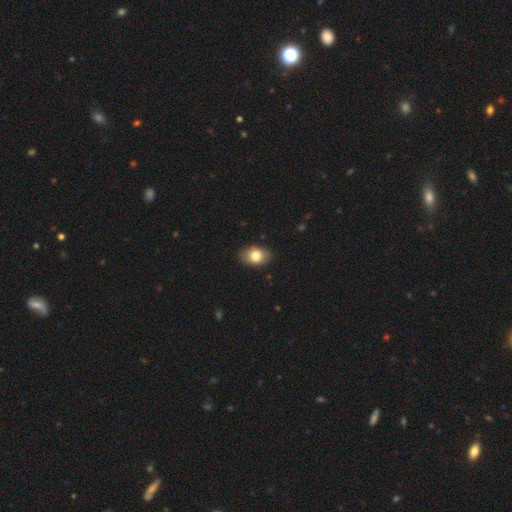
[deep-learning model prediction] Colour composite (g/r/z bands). It shows a smooth galaxy with no disk features (81%) that is in between round and cigar-shaped (84%). Merging: none (86%).